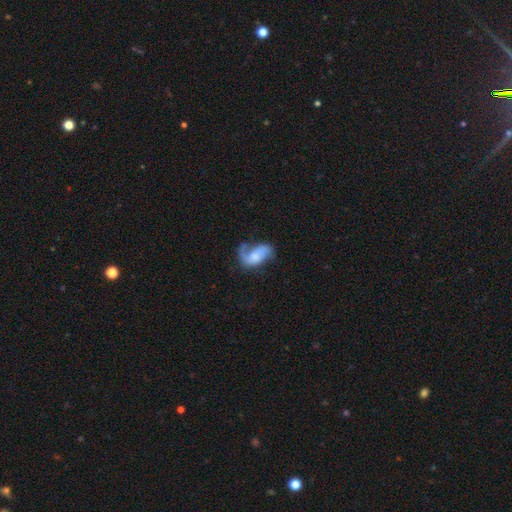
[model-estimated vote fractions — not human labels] This is likely a featured or disk galaxy (63%). It is clearly not viewed edge-on (96%). Bar: possibly no (60%). Spiral arm pattern: clearly yes (86%). Spiral arm count: possibly 2 (51%). Spiral winding: possibly loose (57%). Central bulge: marginally small (34%). Merging: marginally none (37%).